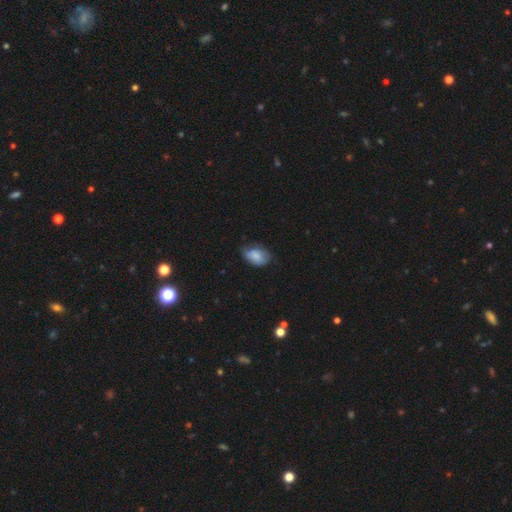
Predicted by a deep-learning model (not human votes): Smooth or featured: smooth — 80% (featured or disk — 13%)
How rounded: in between — 85% (round — 13%)
Merging: none — 52% (minor disturbance — 38%)